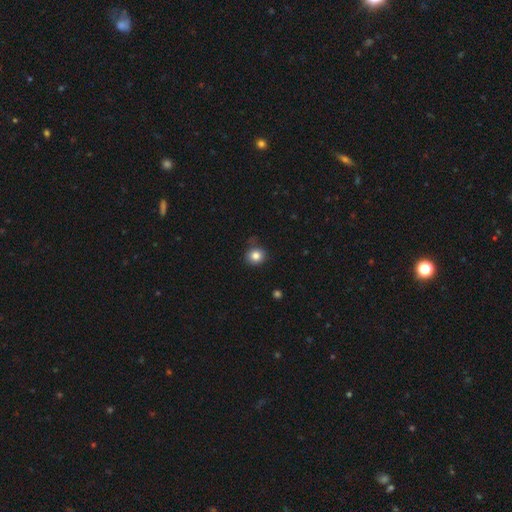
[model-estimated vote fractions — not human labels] The model was most divided on "merging": none: 80%, minor disturbance: 14%, major disturbance: 3%, merger: 2%. More confident: how rounded — round (88%); smooth or featured — smooth (83%).